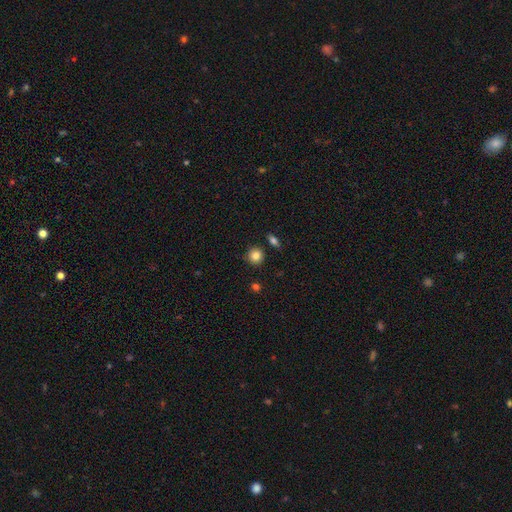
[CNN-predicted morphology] type=smooth (84%); roundness=round (90%); merging=none (86%).